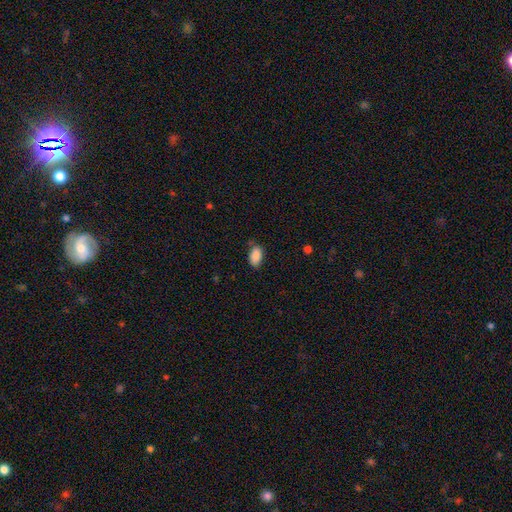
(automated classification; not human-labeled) A smooth galaxy with no disk features (88%) that is in between round and cigar-shaped (93%). Merging: none (73%).